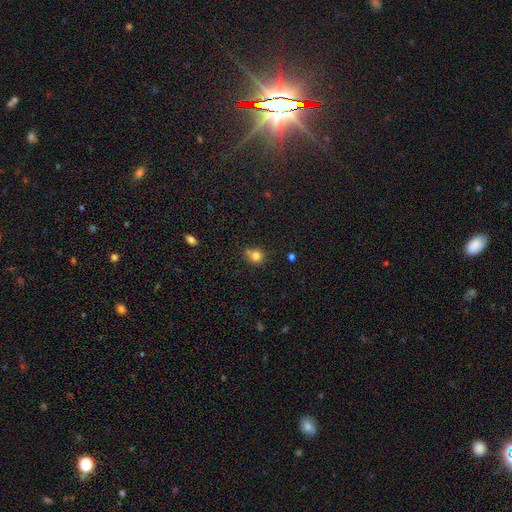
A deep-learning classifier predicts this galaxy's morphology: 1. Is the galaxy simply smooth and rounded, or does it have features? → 79% smooth, 13% star or artifact, 8% featured or disk.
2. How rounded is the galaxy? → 81% round, 18% in between, 1% cigar-shaped.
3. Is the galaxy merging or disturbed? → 55% none, 21% merger, 18% minor disturbance, 6% major disturbance.